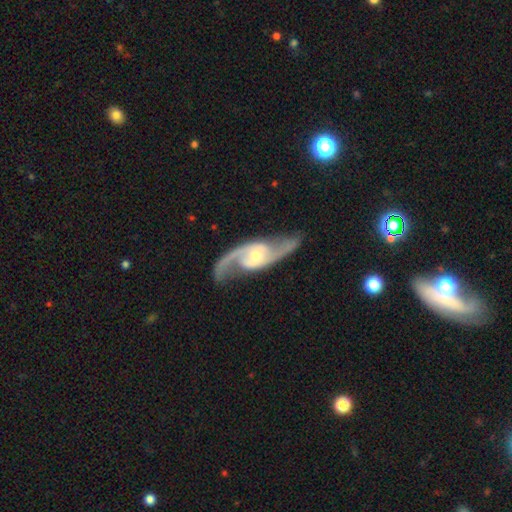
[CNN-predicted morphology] Q: Smooth or featured?
A: featured or disk (92%); runner-up: star or artifact (4%)
Q: Edge-on disk?
A: no (95%); runner-up: yes (5%)
Q: Bar?
A: no (43%); runner-up: weak (40%)
Q: Spiral arms?
A: yes (98%); runner-up: no (2%)
Q: Spiral winding?
A: medium (45%); runner-up: loose (44%)
Q: Spiral arm count?
A: 2 (94%); runner-up: can't tell (2%)
Q: Bulge size?
A: moderate (50%); runner-up: small (44%)
Q: Merging?
A: none (80%); runner-up: minor disturbance (12%)